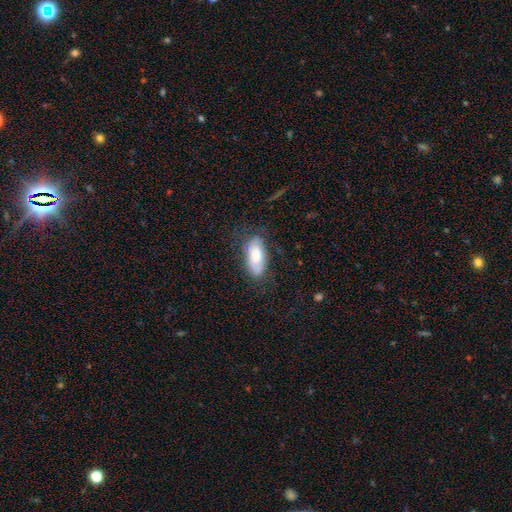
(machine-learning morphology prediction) Smooth or featured?
  - smooth: 69% *
  - featured or disk: 25%
  - star or artifact: 7%
How rounded?
  - in between: 89% *
  - cigar-shaped: 8%
  - round: 2%
Merging?
  - none: 69% *
  - minor disturbance: 22%
  - major disturbance: 8%
  - merger: 2%